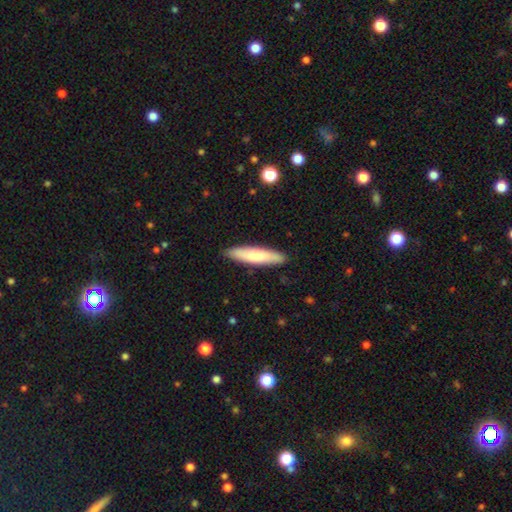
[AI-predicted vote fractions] This appears to be a smooth galaxy with no disk features (74%) that is cigar-shaped (80%). Merging: none (88%).